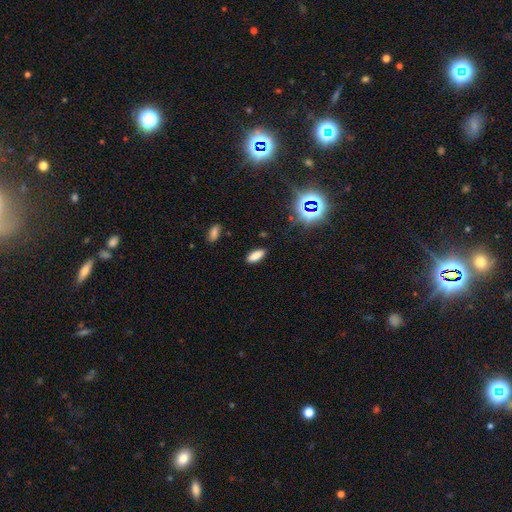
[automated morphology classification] This appears to be a smooth galaxy with no disk features (81%) that is in between round and cigar-shaped (75%). Merging: none (87%).